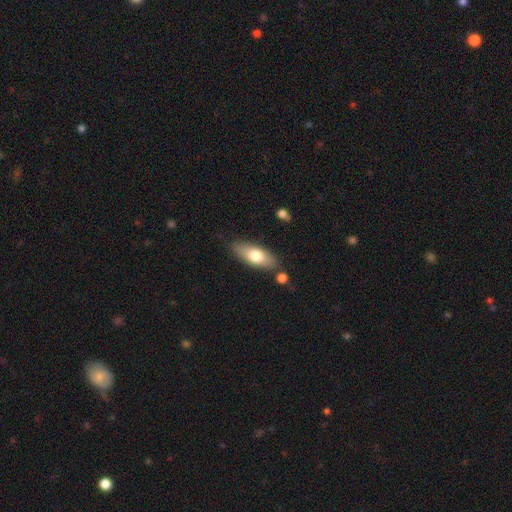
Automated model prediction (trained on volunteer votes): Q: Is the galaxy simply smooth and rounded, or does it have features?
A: smooth — 70%.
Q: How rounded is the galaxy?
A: in between — 75%.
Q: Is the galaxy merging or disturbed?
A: none — 81%.